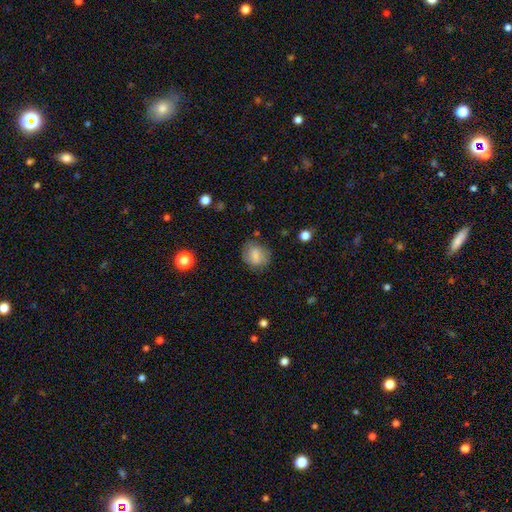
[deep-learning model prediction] The model was most divided on "how rounded": round: 61%, in between: 37%, cigar-shaped: 1%. More confident: smooth or featured — smooth (76%); merging — none (71%).